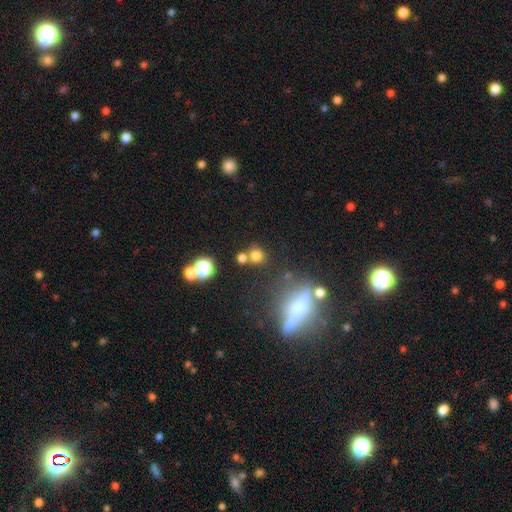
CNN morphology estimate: smooth 70%, star or artifact 20%, featured or disk 10%. Down the decision tree: how rounded — round (84%); merging — none (63%).